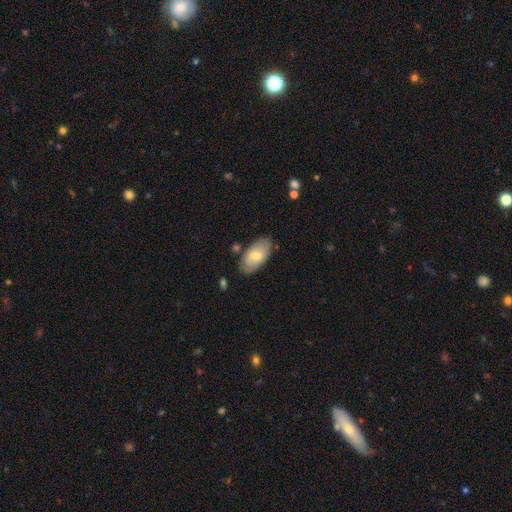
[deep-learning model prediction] This is likely a smooth galaxy (68%). How rounded: clearly in between (94%). Merging: likely none (78%).